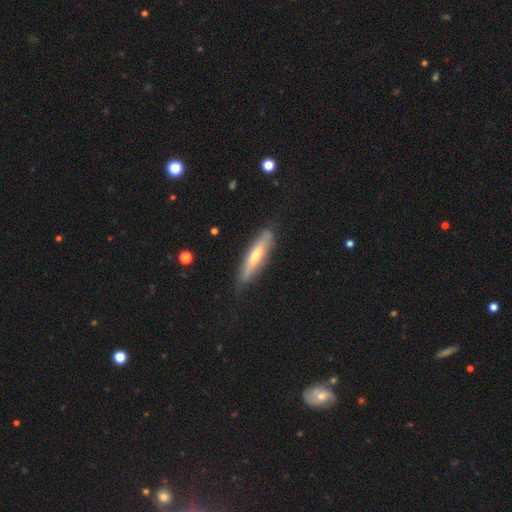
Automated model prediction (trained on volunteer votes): smooth-or-featured: featured or disk: 49% | smooth: 45% | star or artifact: 6%
  merging: none: 79% | minor disturbance: 16% | major disturbance: 3% | merger: 1%